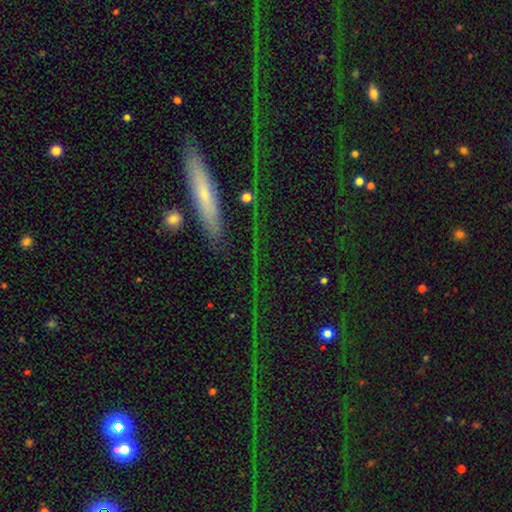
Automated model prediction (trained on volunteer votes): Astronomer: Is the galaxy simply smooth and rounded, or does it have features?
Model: featured or disk — 38% (runner-up: star or artifact, 35%).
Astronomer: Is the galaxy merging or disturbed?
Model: none — 70%.